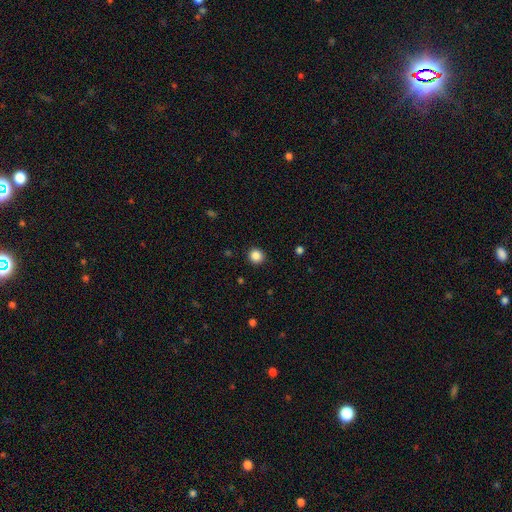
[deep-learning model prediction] Q: Smooth or featured?
A: smooth (86%); runner-up: star or artifact (11%)
Q: How rounded?
A: round (93%); runner-up: in between (6%)
Q: Merging?
A: none (92%); runner-up: minor disturbance (5%)